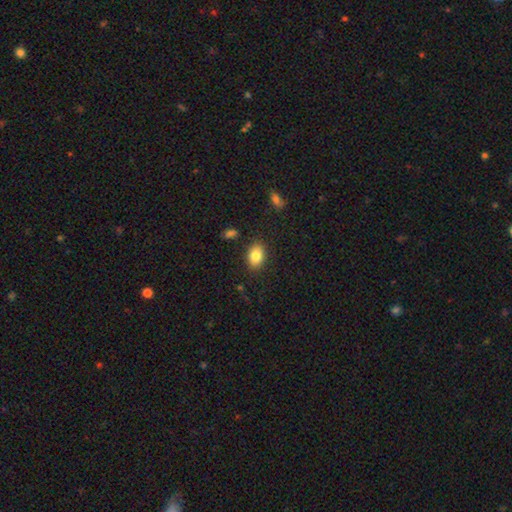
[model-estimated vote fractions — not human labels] Smooth or featured? smooth (85%)
How rounded? in between (81%)
Merging? none (86%)